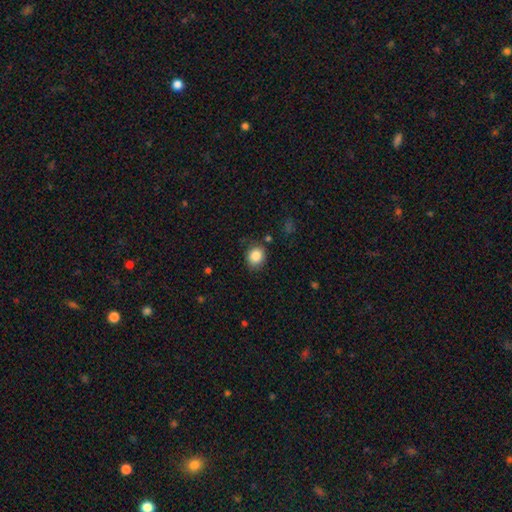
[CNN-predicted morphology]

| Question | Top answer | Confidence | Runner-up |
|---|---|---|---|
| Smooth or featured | smooth | 85% | star or artifact (9%) |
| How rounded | round | 69% | in between (30%) |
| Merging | none | 83% | minor disturbance (12%) |